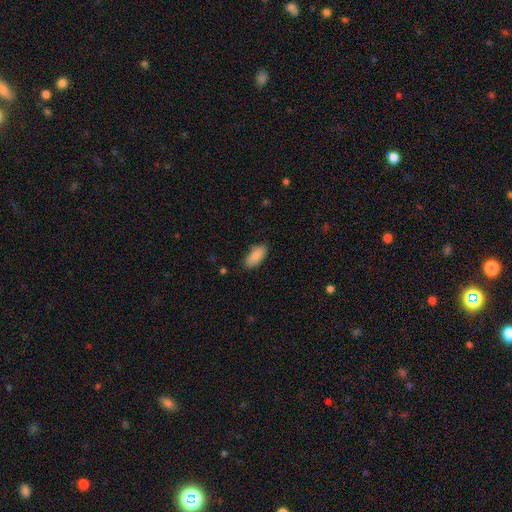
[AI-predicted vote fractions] Q: Smooth or featured?
A: smooth (88%); runner-up: star or artifact (6%)
Q: How rounded?
A: in between (89%); runner-up: cigar-shaped (9%)
Q: Merging?
A: none (82%); runner-up: minor disturbance (14%)